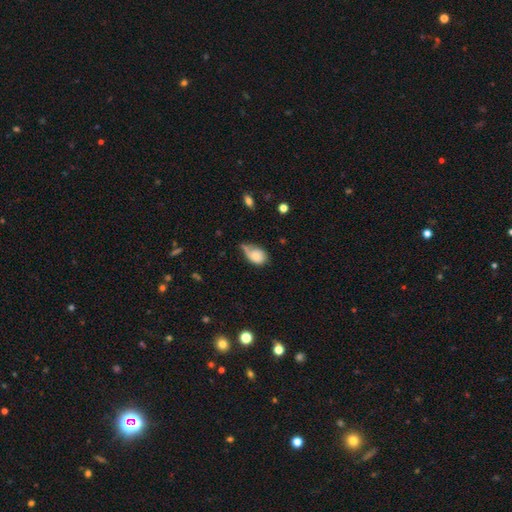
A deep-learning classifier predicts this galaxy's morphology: Overall: smooth (72%). How rounded: in between (77%). Merging: minor disturbance (40%; none 29%).